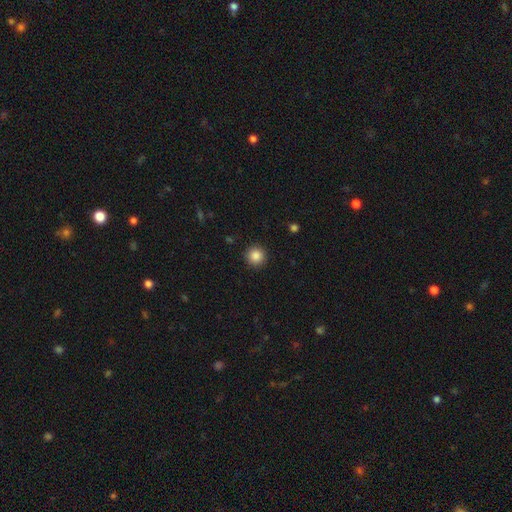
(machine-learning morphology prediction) Smooth or featured? Predicted: smooth (p=0.87). How rounded? Predicted: round (p=0.95). Merging? Predicted: none (p=0.91).